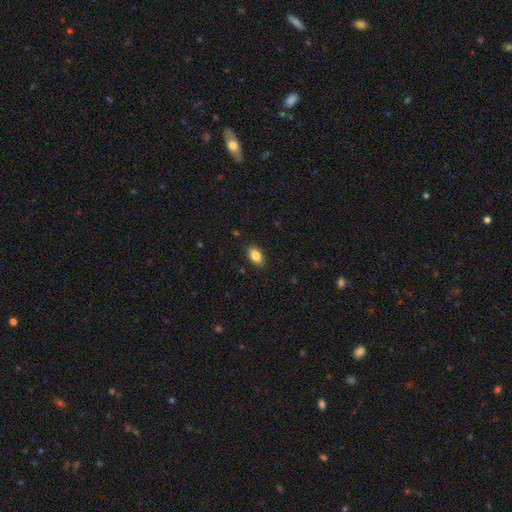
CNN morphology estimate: A smooth galaxy with no disk features (86%) that is in between round and cigar-shaped (91%). Merging: none (88%).